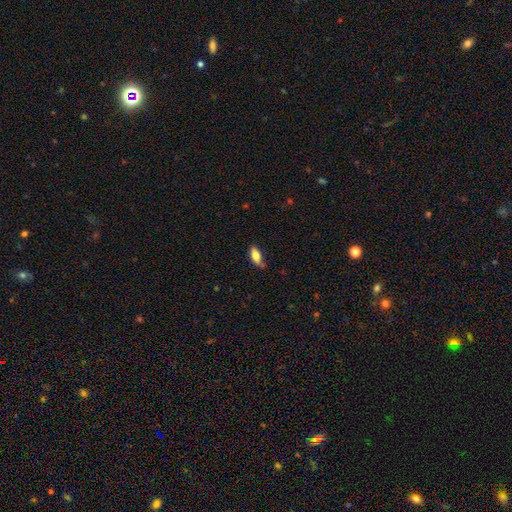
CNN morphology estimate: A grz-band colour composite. It shows a smooth galaxy with no disk features (75%) that is in between round and cigar-shaped (80%). Merging: none (76%).